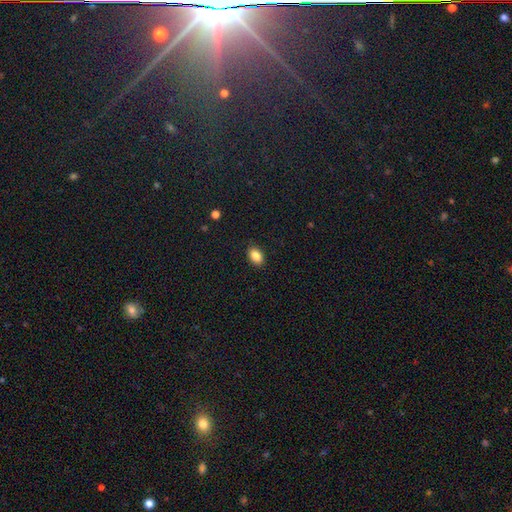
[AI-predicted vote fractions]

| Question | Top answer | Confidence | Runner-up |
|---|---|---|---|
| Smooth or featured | smooth | 87% | star or artifact (8%) |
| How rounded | in between | 84% | round (15%) |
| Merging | none | 89% | minor disturbance (8%) |